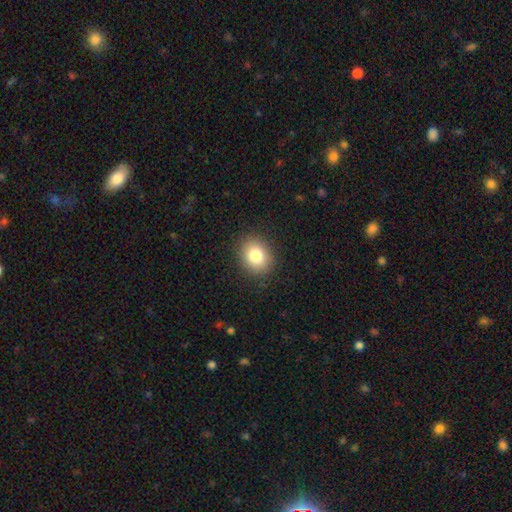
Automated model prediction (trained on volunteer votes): Smooth or featured?
  - smooth: 82% *
  - star or artifact: 10%
  - featured or disk: 8%
How rounded?
  - round: 56% *
  - in between: 43%
  - cigar-shaped: 1%
Merging?
  - none: 89% *
  - minor disturbance: 8%
  - major disturbance: 3%
  - merger: 1%